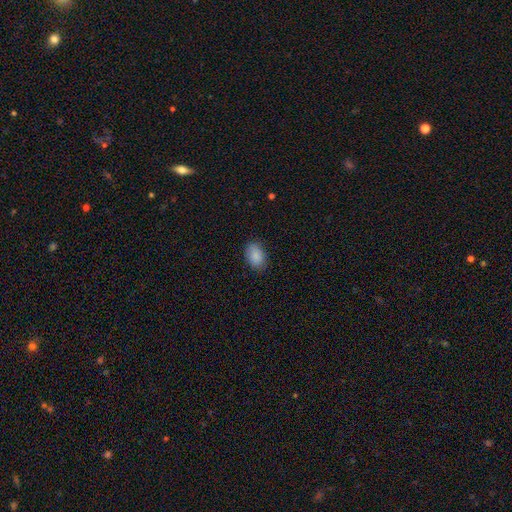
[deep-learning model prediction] Smooth or featured? smooth (88%)
How rounded? in between (88%)
Merging? none (84%)